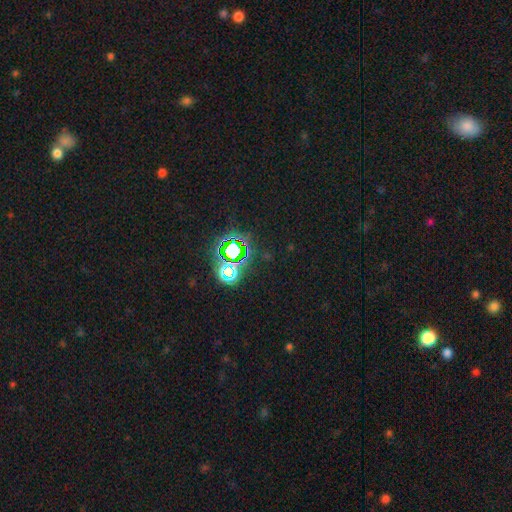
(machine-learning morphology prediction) This appears to be a star or artifact, not a galaxy (74%).